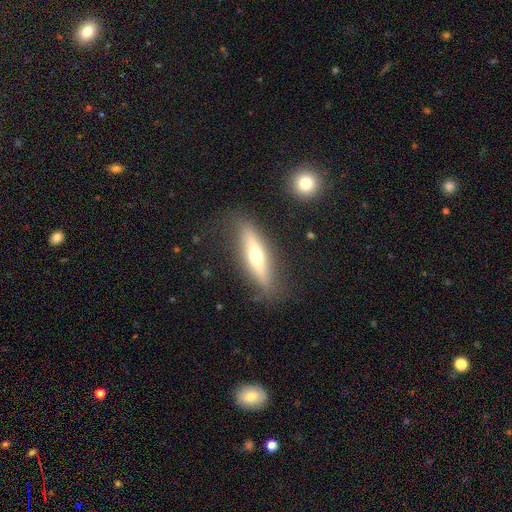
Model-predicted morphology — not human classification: Q: Smooth or featured?
A: featured or disk (53%); runner-up: smooth (40%)
Q: Edge-on disk?
A: yes (83%); runner-up: no (17%)
Q: Merging?
A: none (81%); runner-up: minor disturbance (13%)